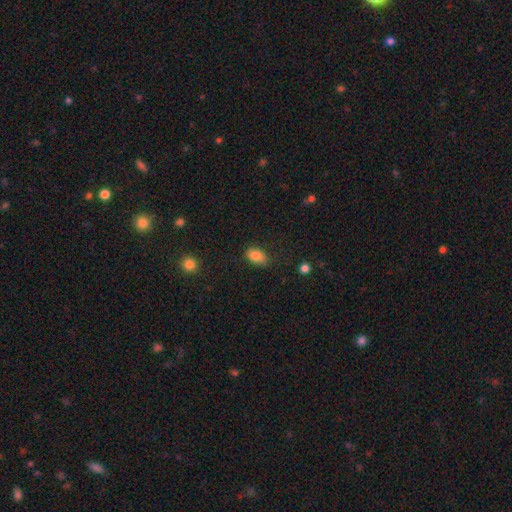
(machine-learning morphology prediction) smooth_or_featured: smooth (p=0.85) [alt: star or artifact p=0.08]
how_rounded: in between (p=0.87) [alt: round p=0.11]
merging: none (p=0.73) [alt: minor disturbance p=0.21]